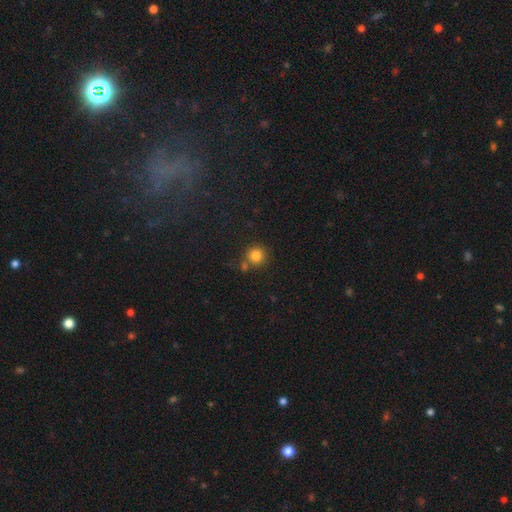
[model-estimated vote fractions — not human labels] A smooth galaxy with no disk features (81%) that is round (93%).

Vote fractions:
- Smooth or featured? smooth: 81% / star or artifact: 12% / featured or disk: 6%
- How rounded? round: 93% / in between: 6% / cigar-shaped: 1%
- Merging? none: 69% / merger: 18% / minor disturbance: 10% / major disturbance: 3%